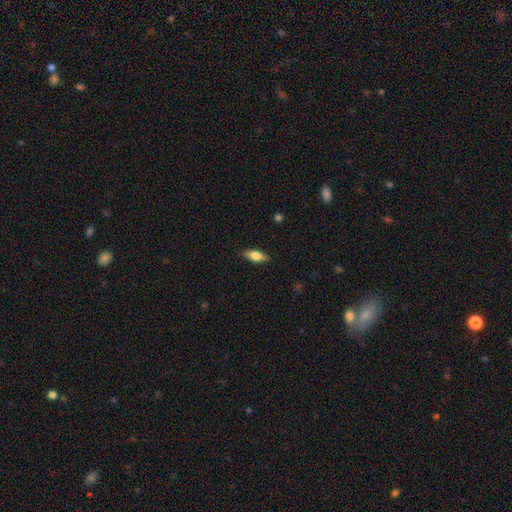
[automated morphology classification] A smooth galaxy with no disk features (77%) that is in between round and cigar-shaped (78%). Merging: none (86%).